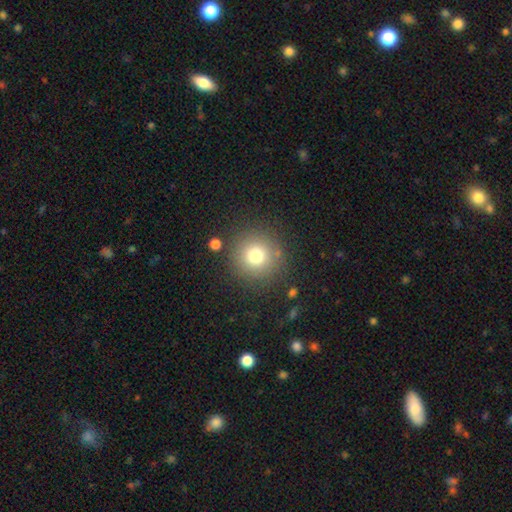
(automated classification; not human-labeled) Smooth or featured? Predicted: smooth (p=0.76). How rounded? Predicted: round (p=0.95). Merging? Predicted: none (p=0.86).